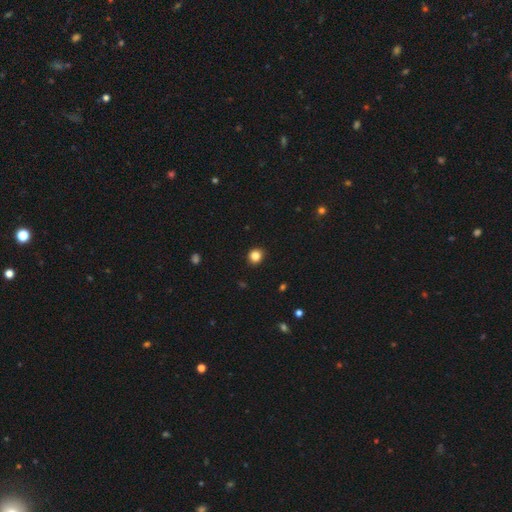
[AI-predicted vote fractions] The model was most divided on "smooth or featured": smooth: 84%, star or artifact: 12%, featured or disk: 4%. More confident: merging — none (91%); how rounded — round (86%).